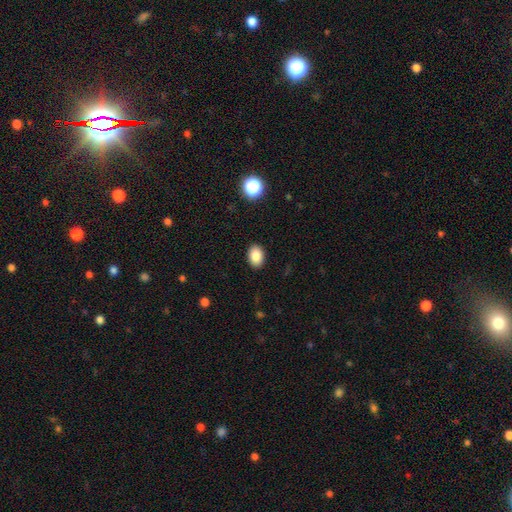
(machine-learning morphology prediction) smooth-or-featured: smooth: 86% | star or artifact: 9% | featured or disk: 5%
  how-rounded: in between: 81% | round: 18% | cigar-shaped: 1%
  merging: none: 90% | minor disturbance: 7% | major disturbance: 2% | merger: 1%